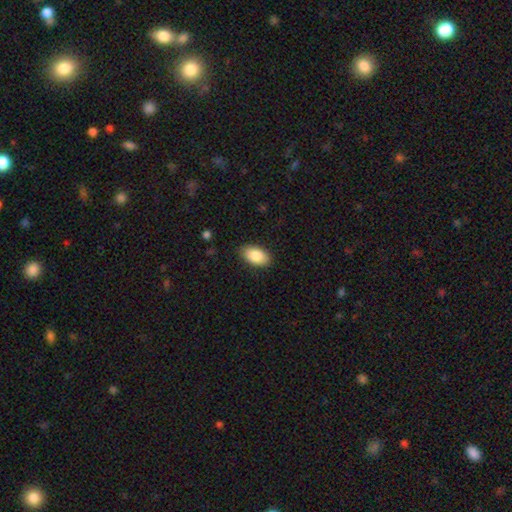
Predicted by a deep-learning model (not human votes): Smooth or featured?
  - smooth: 85% *
  - featured or disk: 8%
  - star or artifact: 6%
How rounded?
  - in between: 94% *
  - round: 4%
  - cigar-shaped: 2%
Merging?
  - none: 87% *
  - minor disturbance: 10%
  - major disturbance: 2%
  - merger: 1%